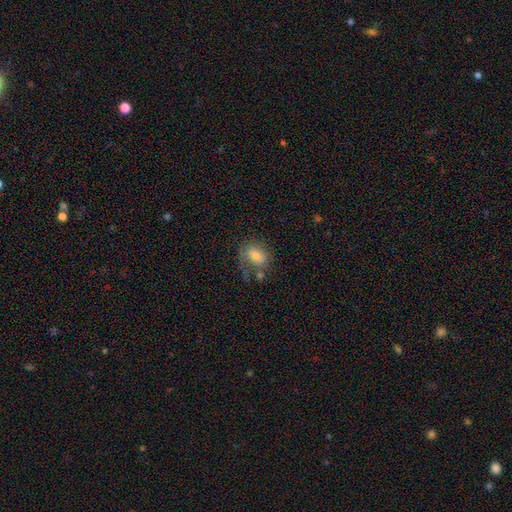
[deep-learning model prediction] smooth-or-featured: smooth: 63% | featured or disk: 26% | star or artifact: 11%
  how-rounded: in between: 76% | round: 21% | cigar-shaped: 2%
  merging: none: 43% | major disturbance: 23% | minor disturbance: 22% | merger: 12%